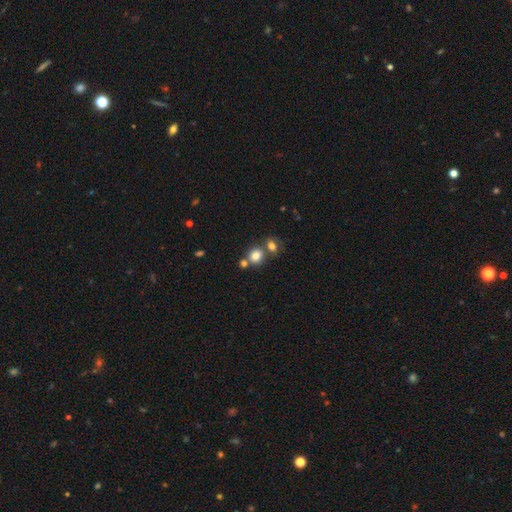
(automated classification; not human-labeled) The model was most divided on "merging": none: 57%, merger: 30%, minor disturbance: 9%, major disturbance: 4%. More confident: smooth or featured — smooth (80%); how rounded — round (76%).